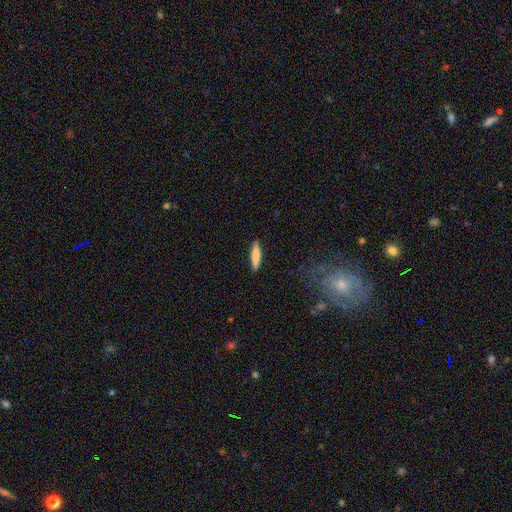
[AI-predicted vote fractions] smooth 82%, featured or disk 13%, star or artifact 5%. Down the decision tree: how rounded — cigar-shaped (84%); merging — none (89%).